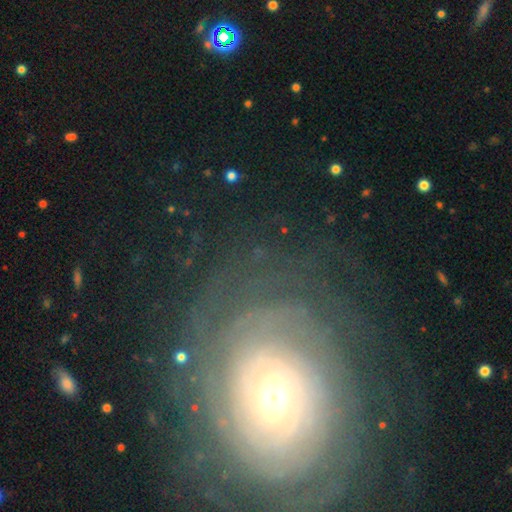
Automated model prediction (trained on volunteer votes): featured or disk 78%, star or artifact 12%, smooth 11%. Down the decision tree: edge-on disk — no (95%); bar — weak (42%); spiral arms — yes (86%); spiral arm count — can't tell (44%); spiral winding — tight (76%); bulge size — moderate (55%); merging — none (74%).